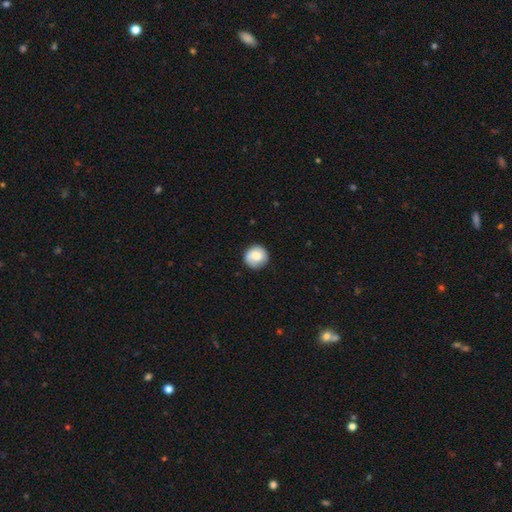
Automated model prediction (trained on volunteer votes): Overall: smooth (75%). How rounded: round (92%). Merging: none (82%).